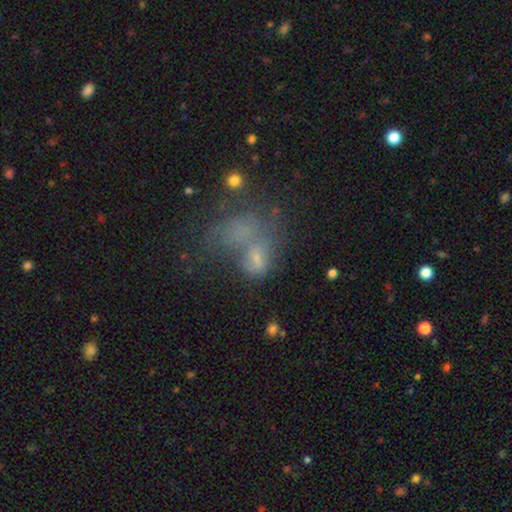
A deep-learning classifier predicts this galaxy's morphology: type=smooth (46%); merging=merger (41%).